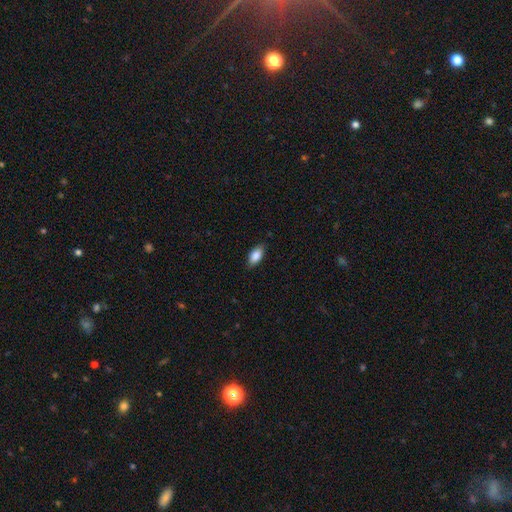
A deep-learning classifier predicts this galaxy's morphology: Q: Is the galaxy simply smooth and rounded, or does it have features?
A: smooth — 86%.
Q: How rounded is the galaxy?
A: in between — 90%.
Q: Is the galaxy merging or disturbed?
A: none — 85%.